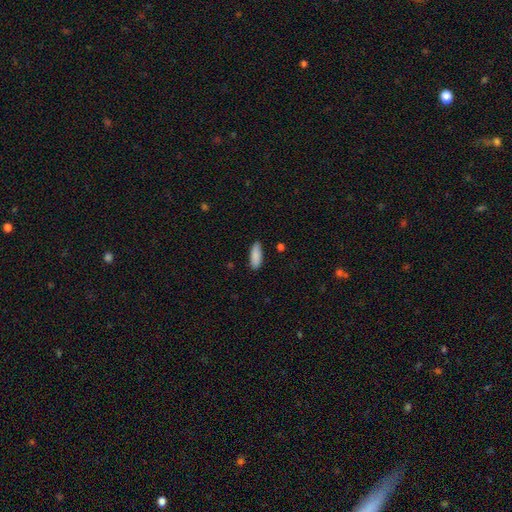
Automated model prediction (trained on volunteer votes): Overall: smooth (89%). How rounded: in between (73%). Merging: none (86%).